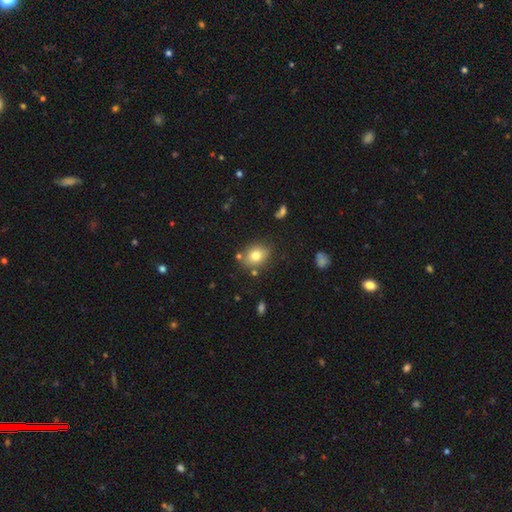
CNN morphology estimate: This is likely a smooth galaxy (76%). How rounded: possibly in between (50%). Merging: likely none (79%).